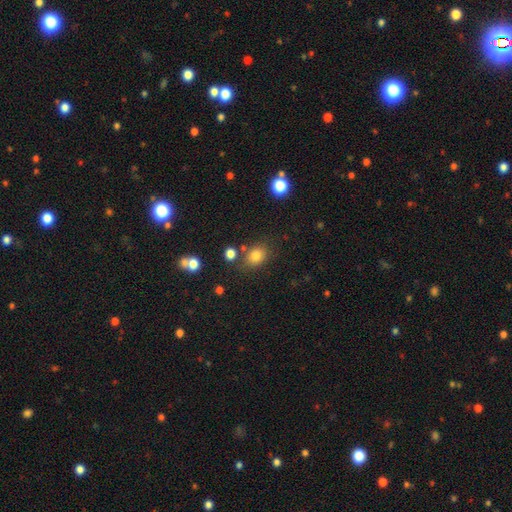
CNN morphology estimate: Smooth or featured? smooth (80%)
How rounded? in between (54%)
Merging? none (74%)